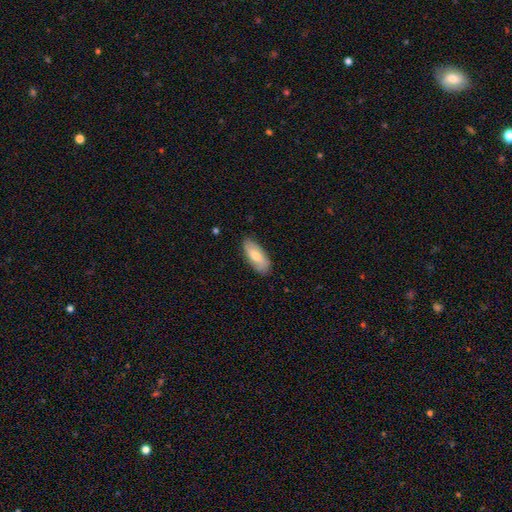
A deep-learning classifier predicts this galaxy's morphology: Smooth or featured? Predicted: smooth (p=0.65). How rounded? Predicted: in between (p=0.80). Merging? Predicted: none (p=0.86).